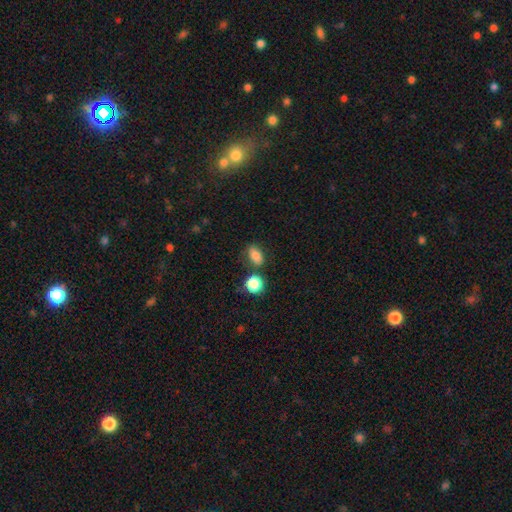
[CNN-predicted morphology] type=smooth (79%); roundness=in between (79%); merging=none (70%).